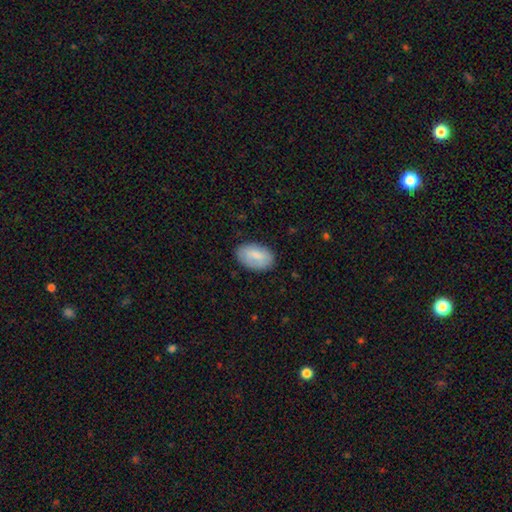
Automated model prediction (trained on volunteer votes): smooth-or-featured: smooth: 78% | featured or disk: 16% | star or artifact: 6%
  how-rounded: in between: 93% | round: 6% | cigar-shaped: 1%
  merging: none: 82% | minor disturbance: 14% | major disturbance: 3% | merger: 1%